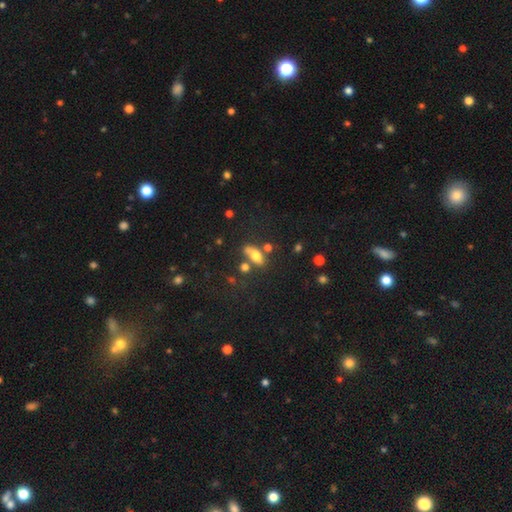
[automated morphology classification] This is likely a smooth galaxy (67%). How rounded: likely in between (77%). Merging: possibly none (52%).